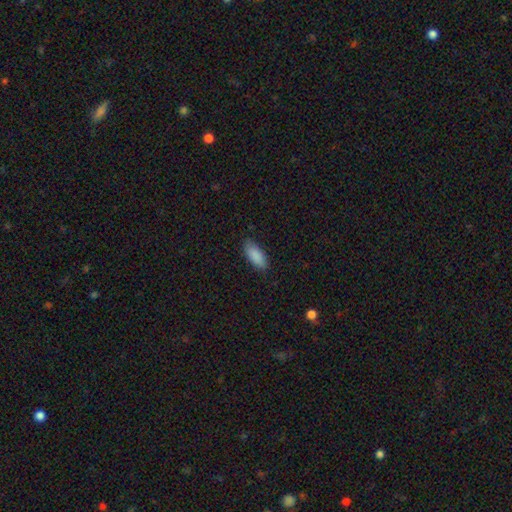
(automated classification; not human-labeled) Smooth or featured? Predicted: smooth (p=0.89). How rounded? Predicted: in between (p=0.83). Merging? Predicted: none (p=0.83).